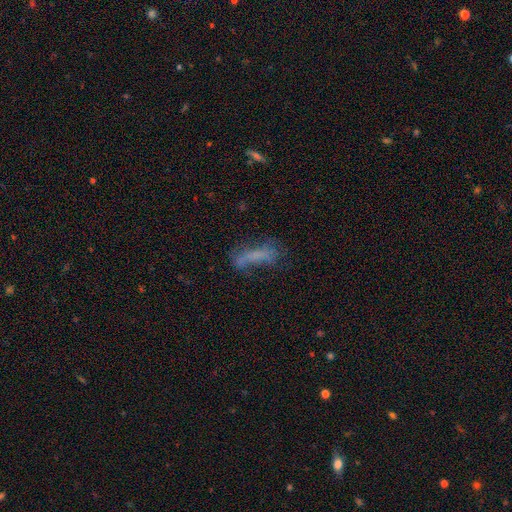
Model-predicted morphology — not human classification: Overall: smooth (54%; featured or disk 30%). How rounded: cigar-shaped (50%; in between 47%). Merging: none (41%; major disturbance 28%).